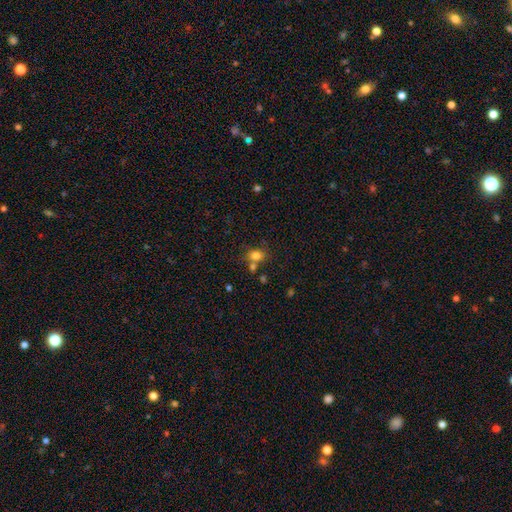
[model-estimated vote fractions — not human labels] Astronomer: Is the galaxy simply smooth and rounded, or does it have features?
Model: smooth — 77%.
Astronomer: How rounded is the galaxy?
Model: in between — 58% (runner-up: round, 40%).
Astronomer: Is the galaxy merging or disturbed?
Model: none — 52% (runner-up: merger, 29%).